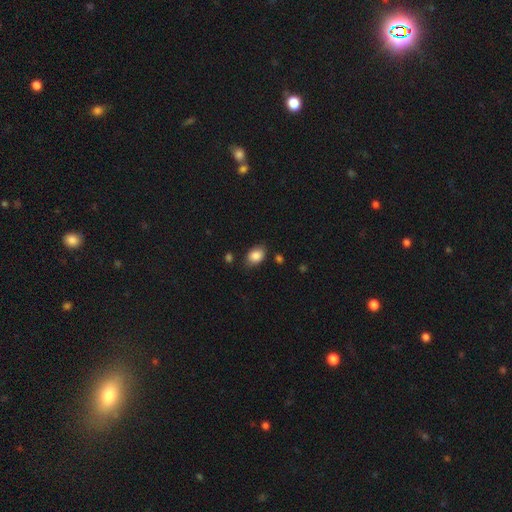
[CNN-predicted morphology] This is clearly a smooth galaxy (86%). How rounded: clearly in between (81%). Merging: likely none (77%).